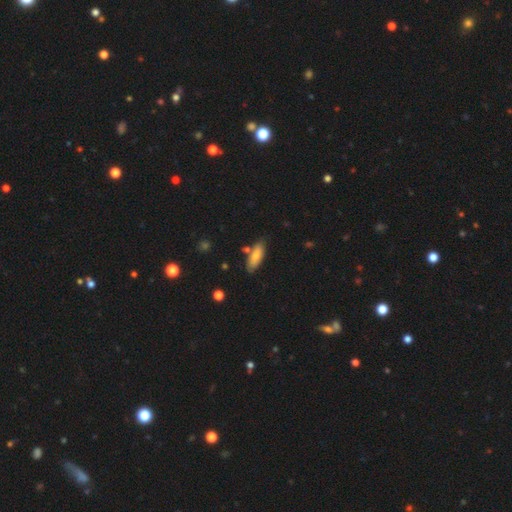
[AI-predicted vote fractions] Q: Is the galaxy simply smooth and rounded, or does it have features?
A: smooth — 79%.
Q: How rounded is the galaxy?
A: in between — 66%.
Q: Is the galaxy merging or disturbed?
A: none — 74%.